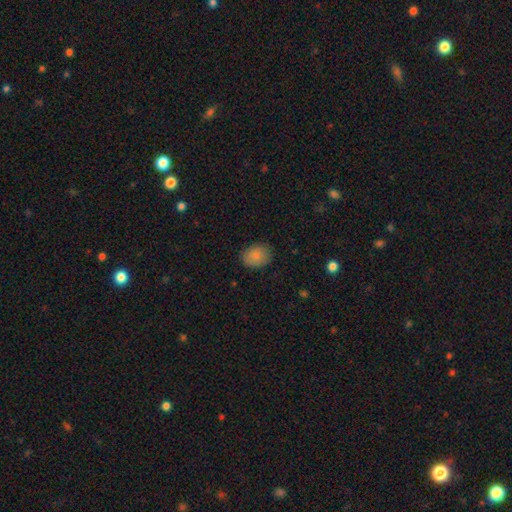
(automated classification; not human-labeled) This is clearly a smooth galaxy (84%). How rounded: possibly in between (54%). Merging: clearly none (83%).